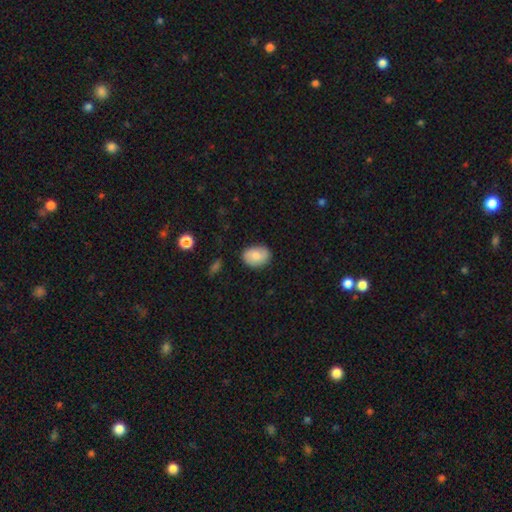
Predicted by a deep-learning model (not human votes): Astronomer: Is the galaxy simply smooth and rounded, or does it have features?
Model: smooth — 79%.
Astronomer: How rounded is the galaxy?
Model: in between — 76%.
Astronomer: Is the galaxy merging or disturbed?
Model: none — 84%.